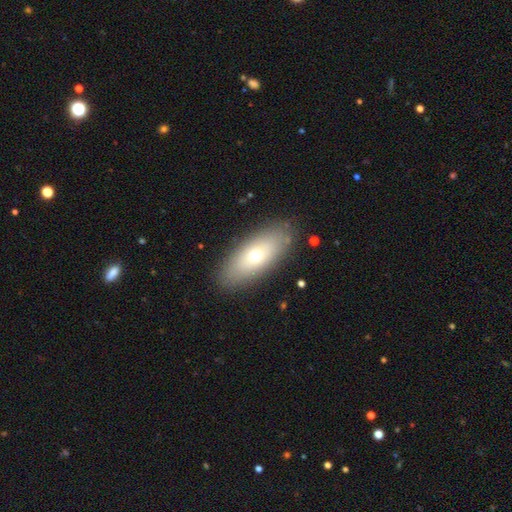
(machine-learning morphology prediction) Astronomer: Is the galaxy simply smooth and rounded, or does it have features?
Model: smooth — 64%.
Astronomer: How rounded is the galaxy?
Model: in between — 80%.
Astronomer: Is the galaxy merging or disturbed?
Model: none — 87%.